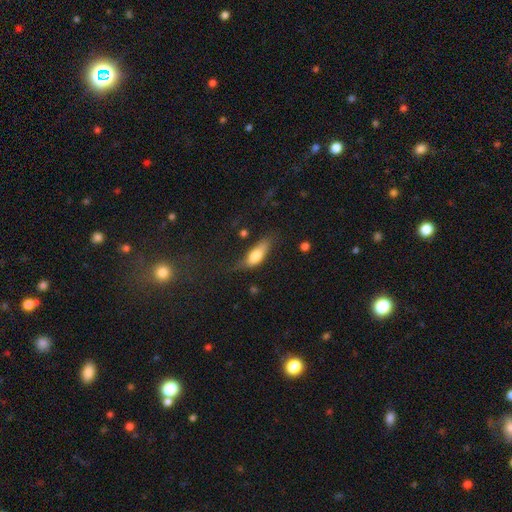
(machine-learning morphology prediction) type=smooth (74%); roundness=in between (68%); merging=none (48%).